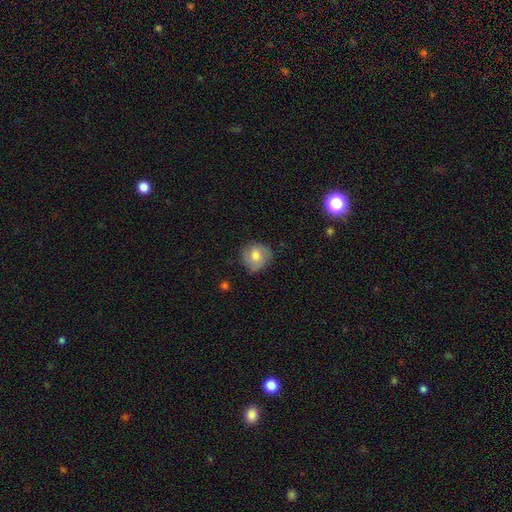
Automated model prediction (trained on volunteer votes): This is likely a smooth galaxy (68%). How rounded: clearly round (84%). Merging: likely none (72%).